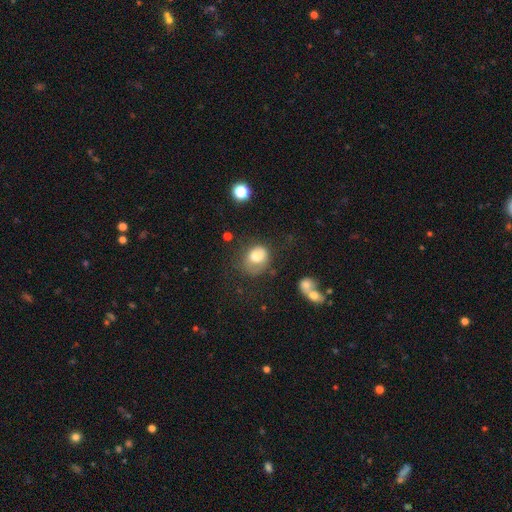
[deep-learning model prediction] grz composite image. It shows a smooth galaxy with no disk features (71%) that is round (54%). Merging: none (46%).